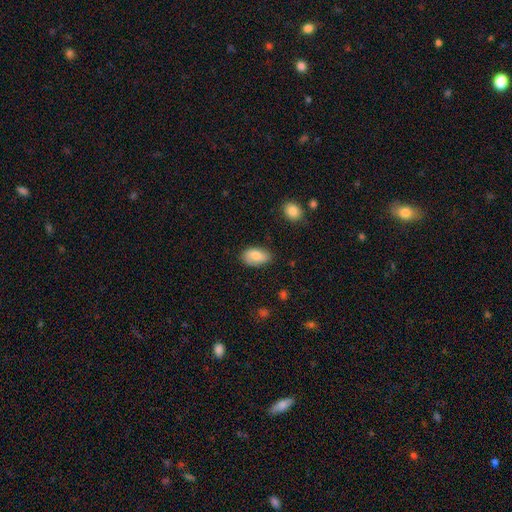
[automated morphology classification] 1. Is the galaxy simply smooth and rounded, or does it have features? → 76% smooth, 17% featured or disk, 7% star or artifact.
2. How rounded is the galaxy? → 92% in between, 6% round, 2% cigar-shaped.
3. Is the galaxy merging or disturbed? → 75% none, 20% minor disturbance, 4% major disturbance, 2% merger.